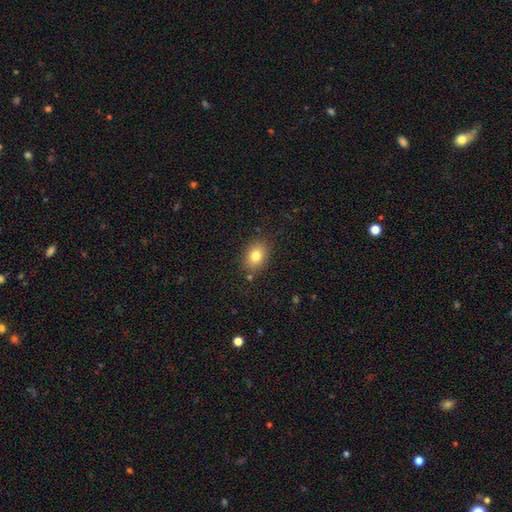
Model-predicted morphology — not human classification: type=smooth (81%); roundness=in between (74%); merging=none (84%).